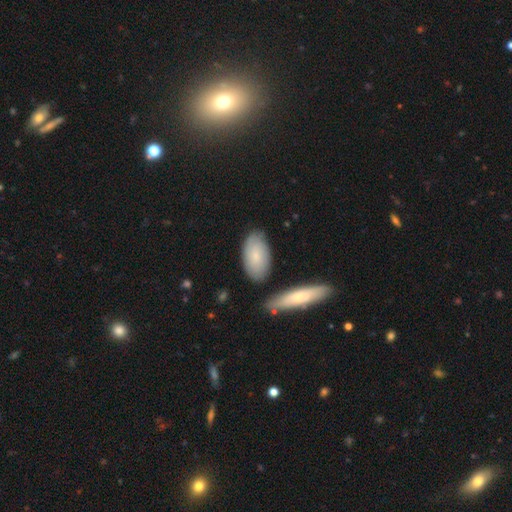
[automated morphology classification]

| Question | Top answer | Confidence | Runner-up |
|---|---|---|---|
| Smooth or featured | smooth | 75% | featured or disk (20%) |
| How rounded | in between | 92% | cigar-shaped (5%) |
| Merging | none | 76% | minor disturbance (15%) |